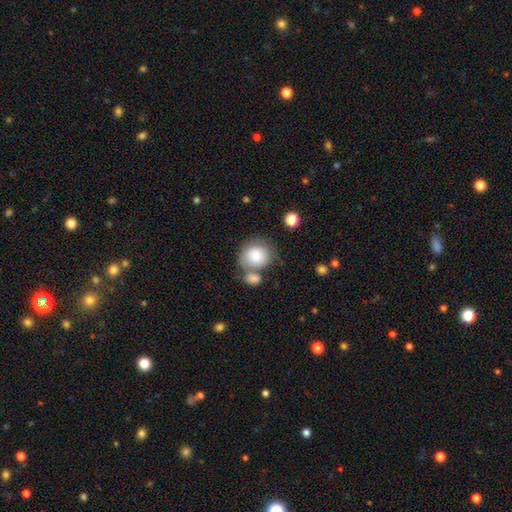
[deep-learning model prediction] smooth-or-featured: smooth: 81% | featured or disk: 11% | star or artifact: 7%
  how-rounded: round: 77% | in between: 22% | cigar-shaped: 1%
  merging: none: 51% | merger: 28% | minor disturbance: 15% | major disturbance: 6%